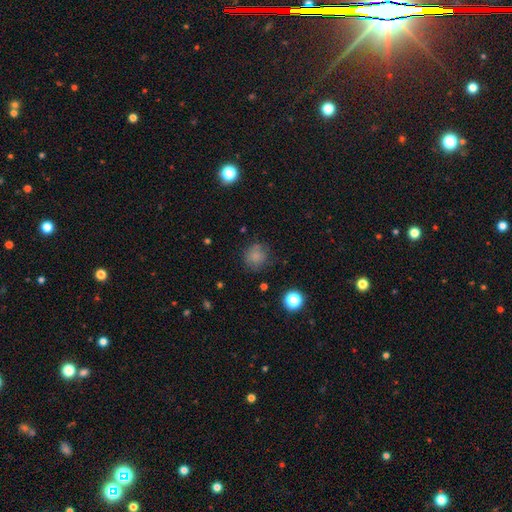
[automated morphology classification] smooth-or-featured: smooth: 79% | star or artifact: 15% | featured or disk: 7%
  how-rounded: round: 89% | in between: 10% | cigar-shaped: 1%
  merging: none: 76% | minor disturbance: 16% | major disturbance: 6% | merger: 2%